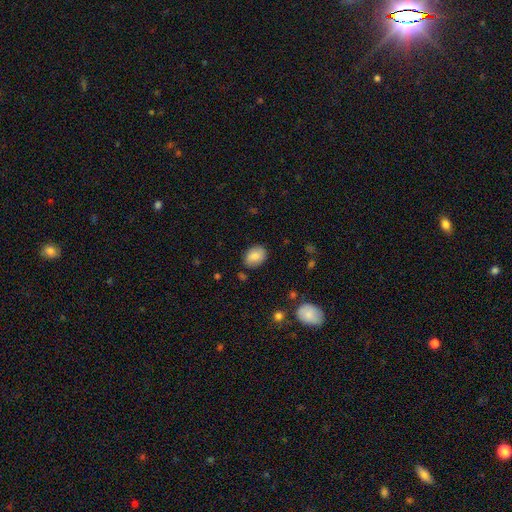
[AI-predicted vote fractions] Morphology: type=smooth (82%); roundness=in between (70%); merging=none (82%).